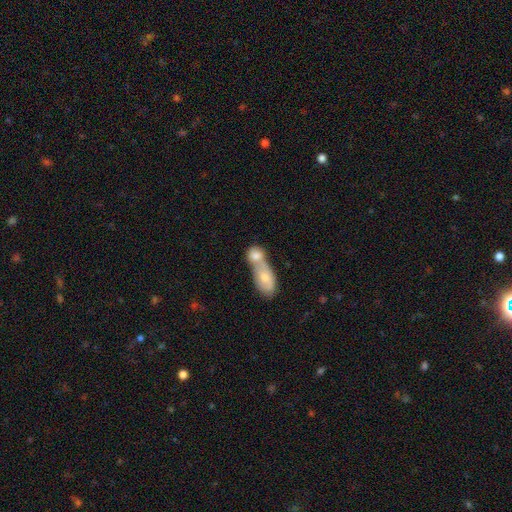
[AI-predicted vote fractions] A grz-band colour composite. It shows a smooth galaxy with no disk features (74%) that is in between round and cigar-shaped (61%). Merging: merger (73%).